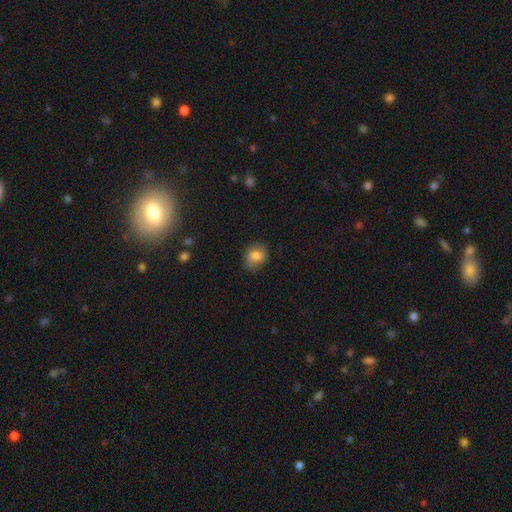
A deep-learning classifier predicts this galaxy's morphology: Smooth or featured? smooth (82%)
How rounded? round (54%)
Merging? none (78%)